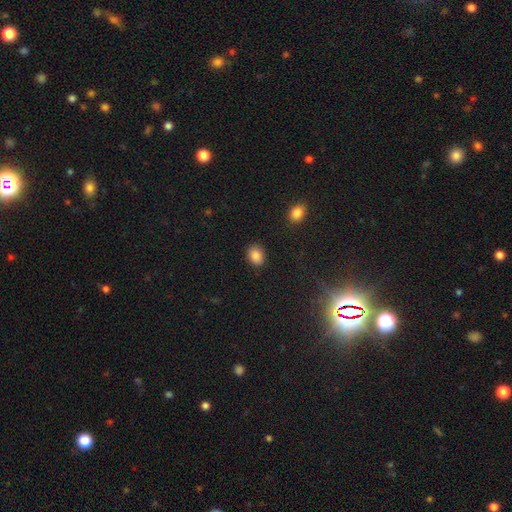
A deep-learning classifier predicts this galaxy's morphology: This appears to be a smooth galaxy with no disk features (87%) that is in between round and cigar-shaped (65%). Merging: none (87%).